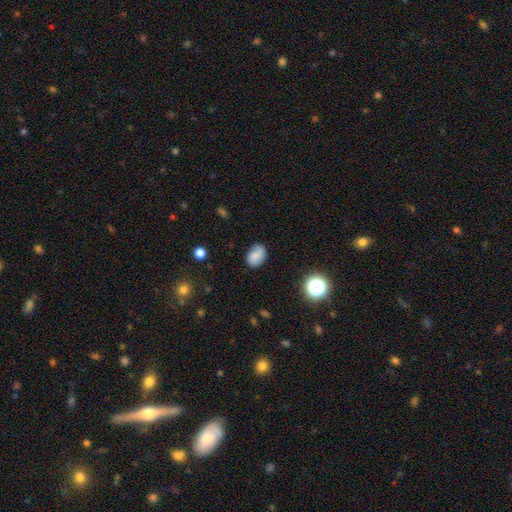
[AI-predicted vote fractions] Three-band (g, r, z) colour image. It shows a smooth galaxy with no disk features (68%) that is in between round and cigar-shaped (71%). Merging: none (71%).